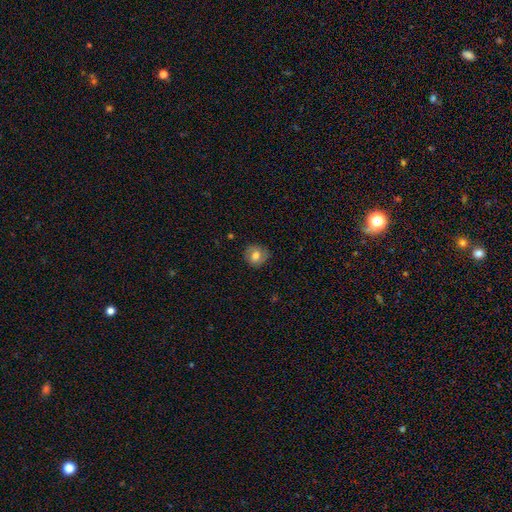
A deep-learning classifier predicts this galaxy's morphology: The model was most divided on "smooth or featured": smooth: 68%, featured or disk: 23%, star or artifact: 9%. More confident: merging — none (81%); how rounded — round (79%).